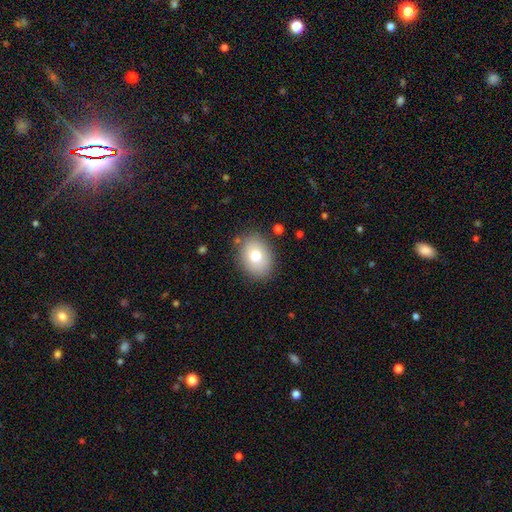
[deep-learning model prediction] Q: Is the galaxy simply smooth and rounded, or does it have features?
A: smooth — 74%.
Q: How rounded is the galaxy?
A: in between — 63%.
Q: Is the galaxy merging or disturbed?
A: none — 84%.